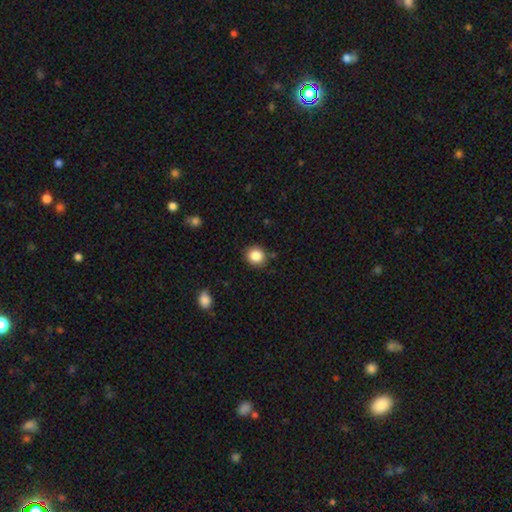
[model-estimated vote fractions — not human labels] The model was most divided on "how rounded": round: 81%, in between: 18%, cigar-shaped: 1%. More confident: merging — none (86%); smooth or featured — smooth (86%).